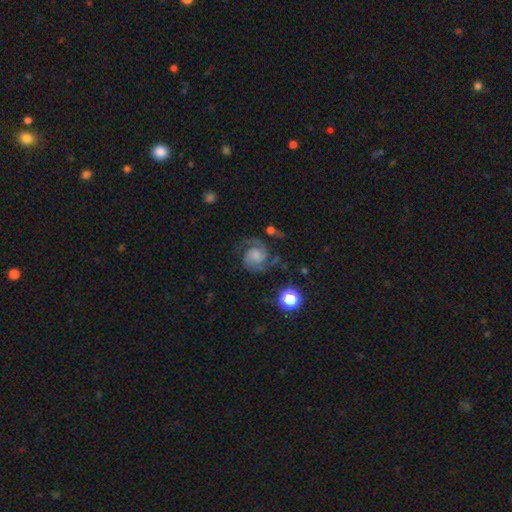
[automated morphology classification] type=featured or disk (86%); edge-on=no (98%); bar=no (67%); spiral arms=yes (98%); winding=medium (52%); arm count=2 (87%); bulge=small (35%); merging=none (71%).